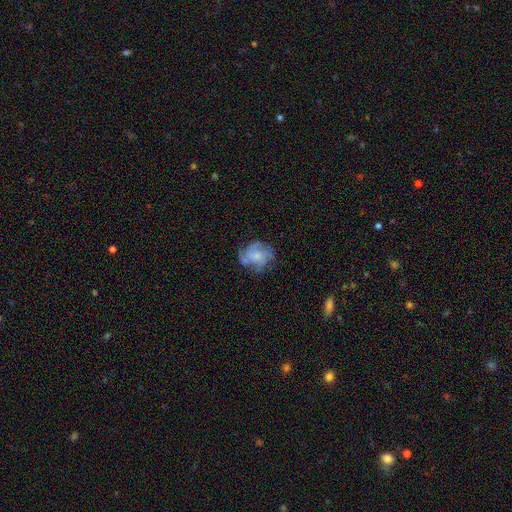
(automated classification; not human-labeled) Q: Smooth or featured?
A: featured or disk (57%); runner-up: smooth (33%)
Q: Edge-on disk?
A: no (98%); runner-up: yes (2%)
Q: Bar?
A: no (75%); runner-up: weak (22%)
Q: Spiral arms?
A: yes (78%); runner-up: no (22%)
Q: Bulge size?
A: moderate (38%); runner-up: small (34%)
Q: Merging?
A: none (65%); runner-up: minor disturbance (21%)